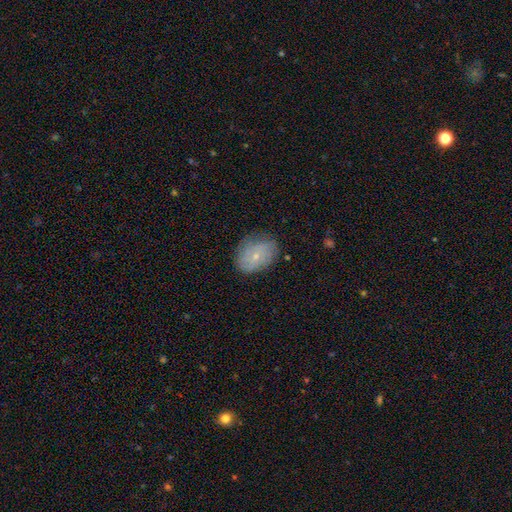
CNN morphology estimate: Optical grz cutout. It shows a featured or disk galaxy (49%). Merging: none (74%).